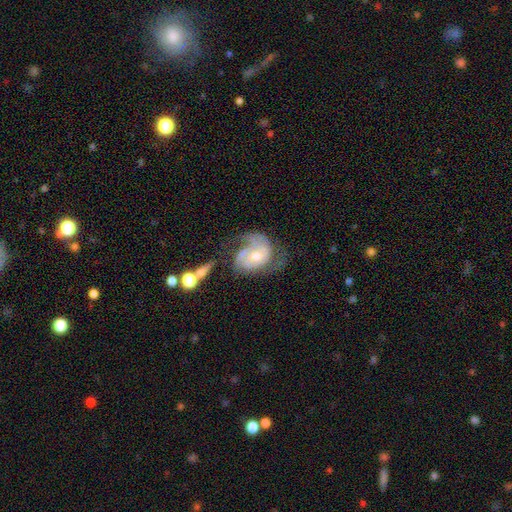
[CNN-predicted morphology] Smooth or featured? featured or disk (79%)
Edge-on disk? no (97%)
Bar? no (71%)
Spiral arms? yes (91%)
Spiral winding? medium (42%)
Spiral arm count? 2 (46%)
Bulge size? moderate (61%)
Merging? none (37%)